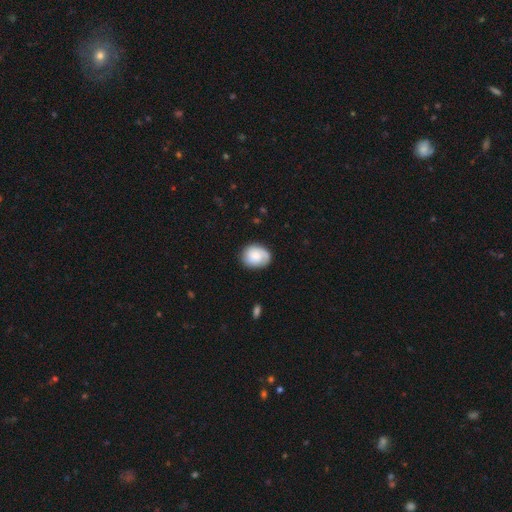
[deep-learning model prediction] smooth 56%, featured or disk 37%, star or artifact 7%. Down the decision tree: how rounded — round (54%); merging — none (72%).